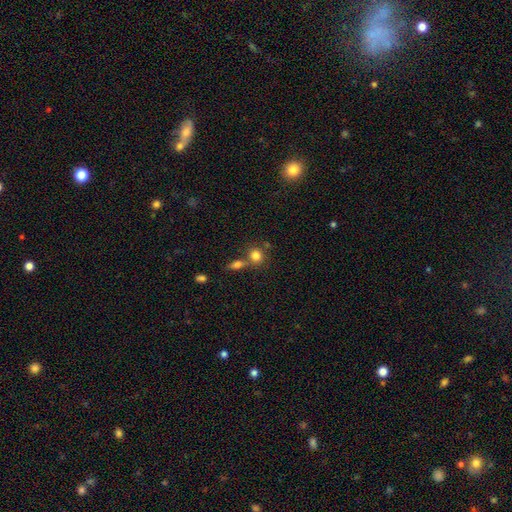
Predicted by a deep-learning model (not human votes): The model was most divided on "merging": none: 54%, merger: 33%, minor disturbance: 9%, major disturbance: 3%. More confident: smooth or featured — smooth (81%); how rounded — round (78%).